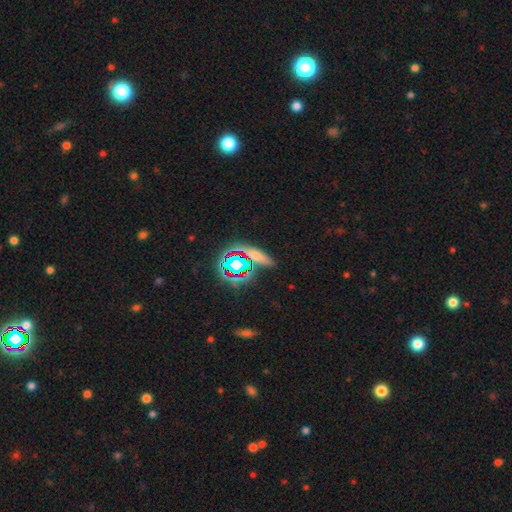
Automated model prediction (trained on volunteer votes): Overall: smooth (45%; star or artifact 37%). Merging: none (77%).